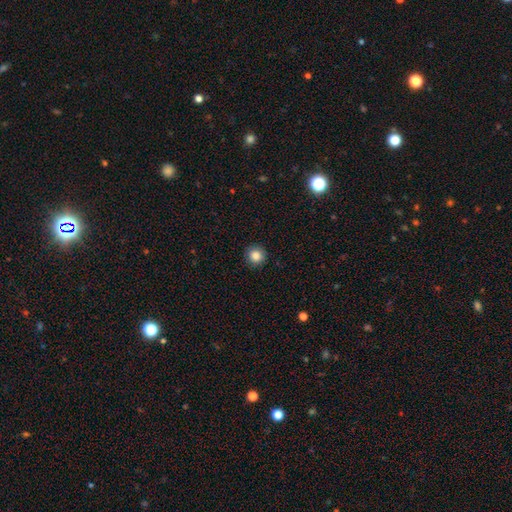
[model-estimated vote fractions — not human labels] A smooth galaxy with no disk features (85%) that is round (93%). Merging: none (91%).